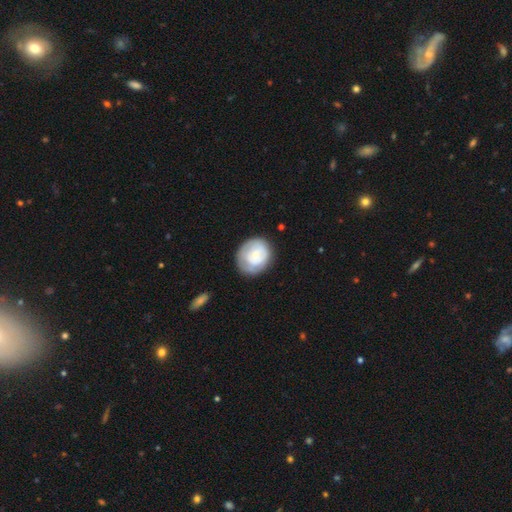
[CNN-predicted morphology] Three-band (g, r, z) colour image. It shows a smooth galaxy with no disk features (52%) that is round (71%). Merging: none (69%).